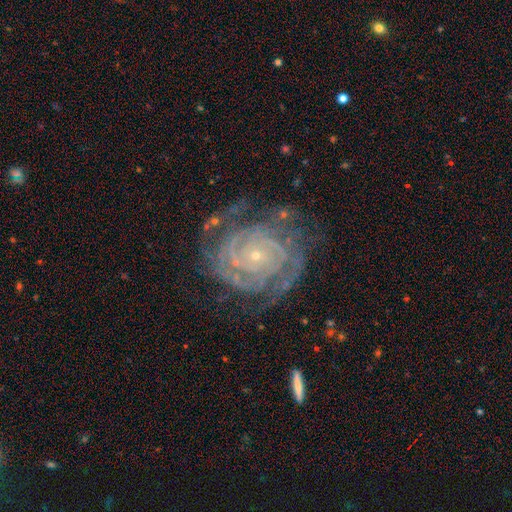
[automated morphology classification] Smooth or featured? Predicted: featured or disk (p=0.90). Edge-on disk? Predicted: no (p=0.98). Bar? Predicted: no (p=0.77). Spiral arms? Predicted: yes (p=0.98). Spiral winding? Predicted: tight (p=0.83). Spiral arm count? Predicted: 2 (p=0.33). Bulge size? Predicted: small (p=0.87). Merging? Predicted: none (p=0.72).